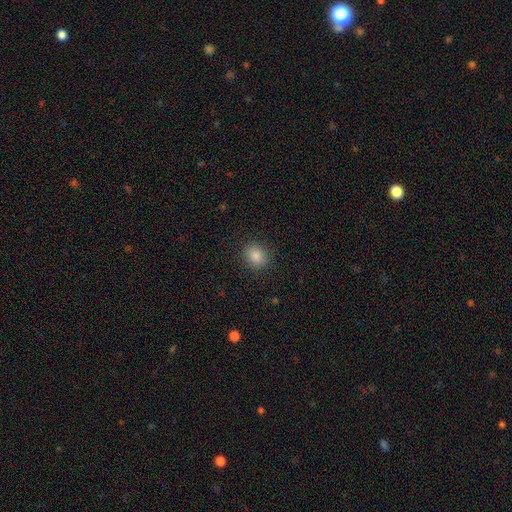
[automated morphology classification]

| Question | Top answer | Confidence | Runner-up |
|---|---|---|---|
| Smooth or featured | smooth | 85% | star or artifact (11%) |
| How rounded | round | 63% | in between (36%) |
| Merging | none | 89% | minor disturbance (7%) |